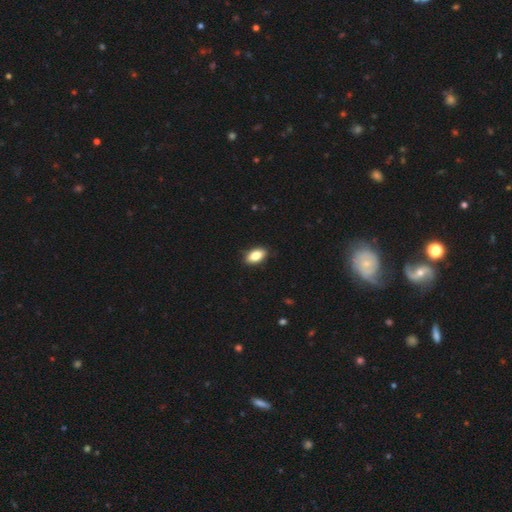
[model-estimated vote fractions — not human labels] This appears to be a smooth galaxy with no disk features (84%) that is in between round and cigar-shaped (91%). Merging: none (87%).